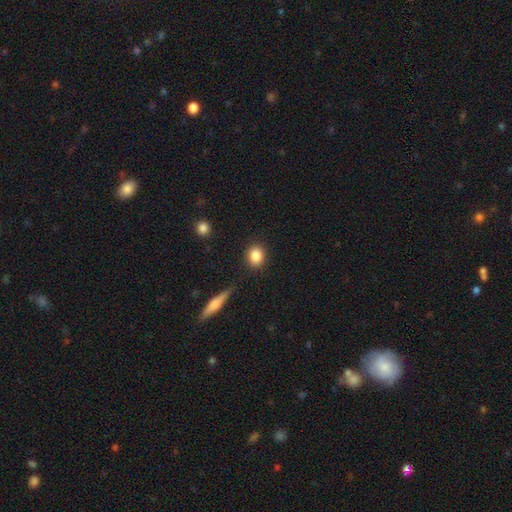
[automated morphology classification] A smooth galaxy with no disk features (86%) that is round (57%). Merging: none (87%).